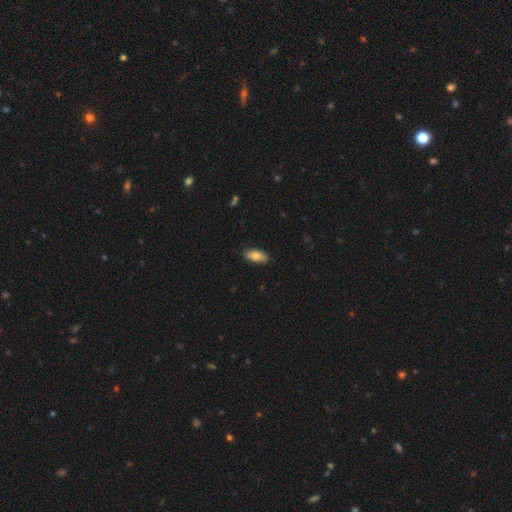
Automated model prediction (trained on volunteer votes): Smooth or featured? smooth (81%)
How rounded? in between (89%)
Merging? none (88%)